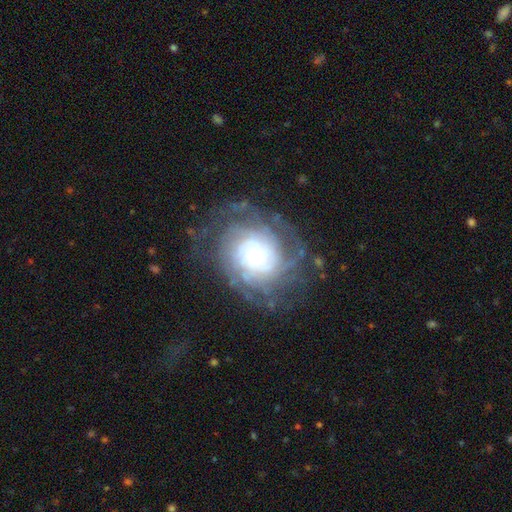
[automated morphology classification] featured or disk 79%, smooth 13%, star or artifact 8%. Down the decision tree: edge-on disk — no (97%); bar — no (79%); spiral arms — yes (92%); spiral arm count — can't tell (44%); spiral winding — tight (69%); bulge size — small (53%); merging — none (68%).